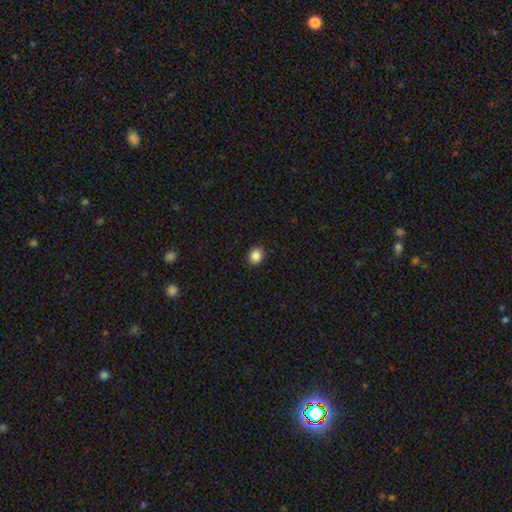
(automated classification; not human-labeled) Smooth or featured? smooth (86%)
How rounded? round (69%)
Merging? none (89%)